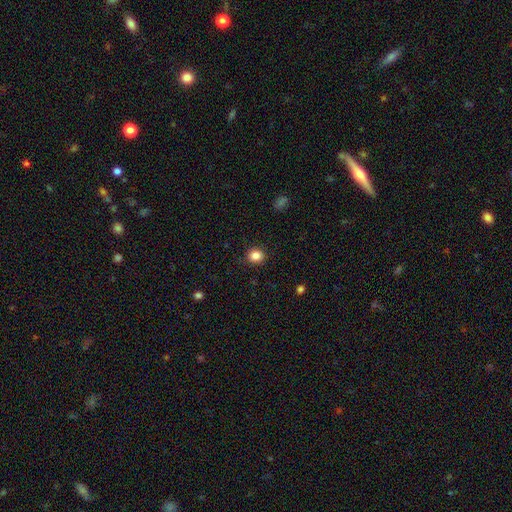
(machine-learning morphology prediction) The model was most divided on "how rounded": round: 80%, in between: 19%, cigar-shaped: 1%. More confident: merging — none (90%); smooth or featured — smooth (85%).